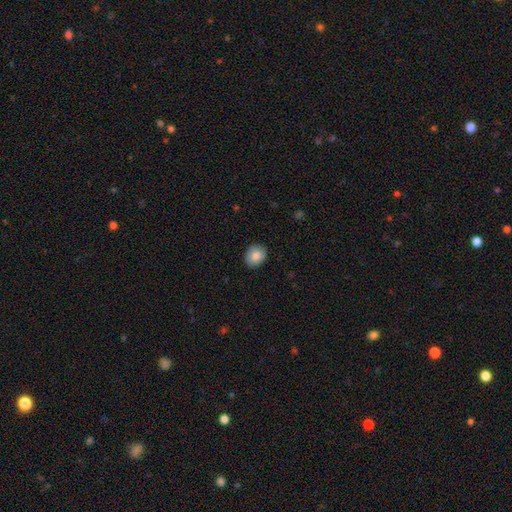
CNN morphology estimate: smooth 81%, featured or disk 11%, star or artifact 8%. Down the decision tree: how rounded — round (52%); merging — none (85%).